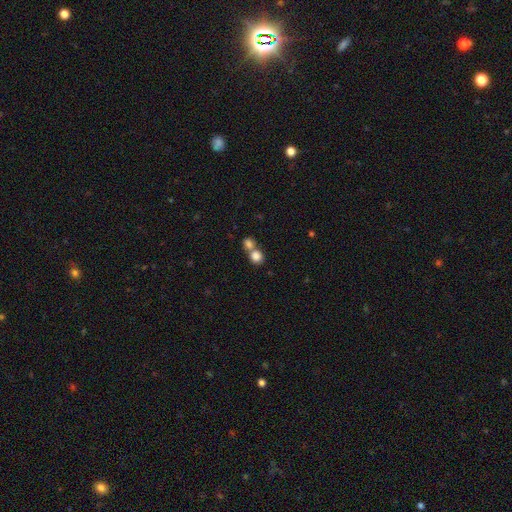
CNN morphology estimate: type=smooth (83%); roundness=round (82%); merging=merger (52%).